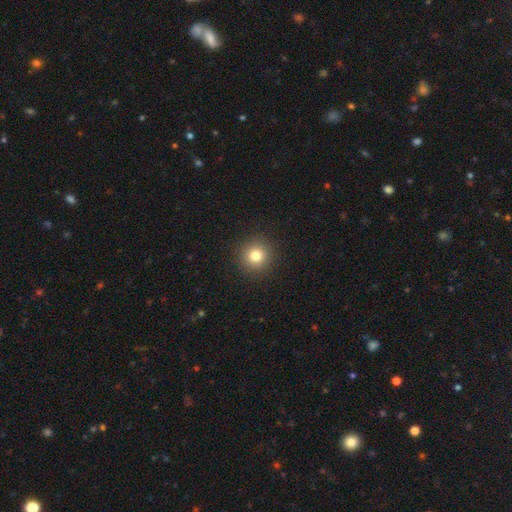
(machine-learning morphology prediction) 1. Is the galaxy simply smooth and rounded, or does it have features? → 80% smooth, 13% star or artifact, 7% featured or disk.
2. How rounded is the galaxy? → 95% round, 4% in between, 1% cigar-shaped.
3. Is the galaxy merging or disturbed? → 92% none, 5% minor disturbance, 2% major disturbance, 1% merger.